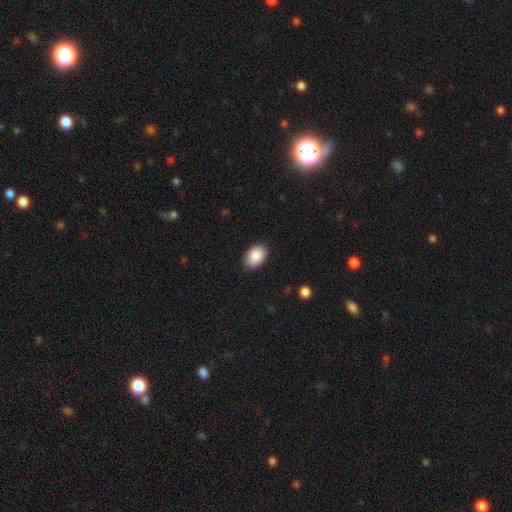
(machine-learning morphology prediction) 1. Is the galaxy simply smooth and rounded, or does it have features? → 90% smooth, 6% star or artifact, 4% featured or disk.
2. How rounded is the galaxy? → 86% in between, 13% round, 1% cigar-shaped.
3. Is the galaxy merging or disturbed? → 86% none, 11% minor disturbance, 2% major disturbance, 1% merger.